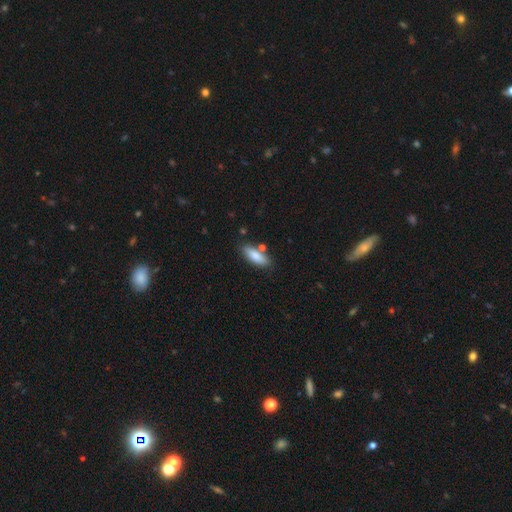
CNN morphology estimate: type=smooth (84%); roundness=in between (65%); merging=none (76%).